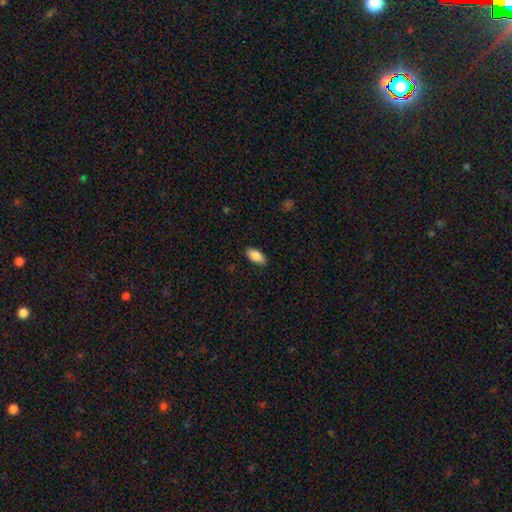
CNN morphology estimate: Smooth or featured? smooth (86%)
How rounded? in between (91%)
Merging? none (87%)